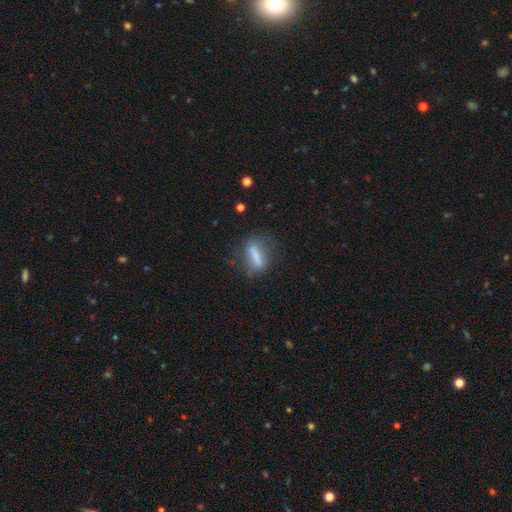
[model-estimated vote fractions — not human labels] Smooth or featured?
  - smooth: 59% *
  - featured or disk: 31%
  - star or artifact: 10%
How rounded?
  - cigar-shaped: 48% *
  - in between: 45%
  - round: 7%
Merging?
  - none: 62% *
  - minor disturbance: 21%
  - major disturbance: 14%
  - merger: 4%